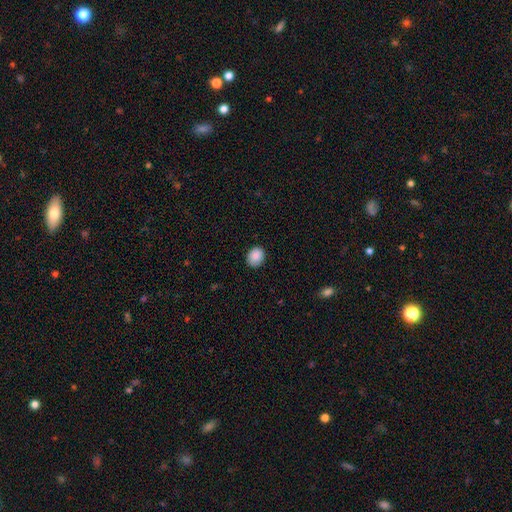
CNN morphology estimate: Overall: smooth (89%). How rounded: round (58%; in between 41%). Merging: none (86%).